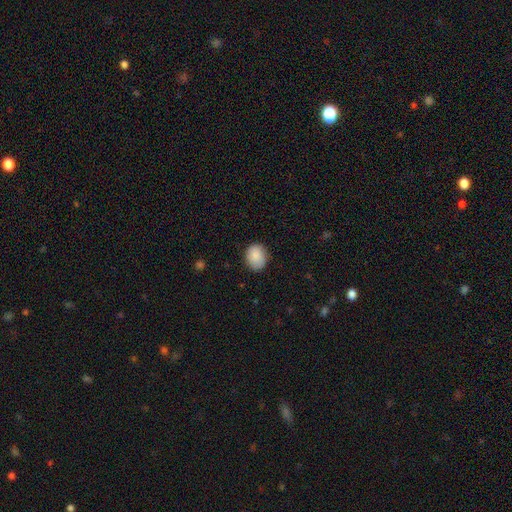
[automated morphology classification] smooth_or_featured: smooth (p=0.88) [alt: star or artifact p=0.07]
how_rounded: round (p=0.57) [alt: in between p=0.43]
merging: none (p=0.82) [alt: minor disturbance p=0.14]